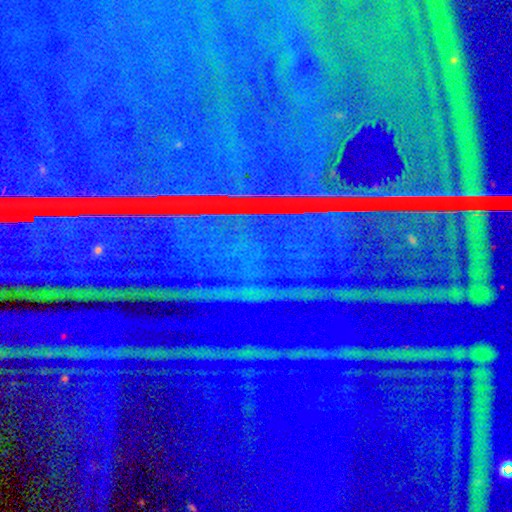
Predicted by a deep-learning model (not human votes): star or artifact 85%, featured or disk 9%, smooth 6%.